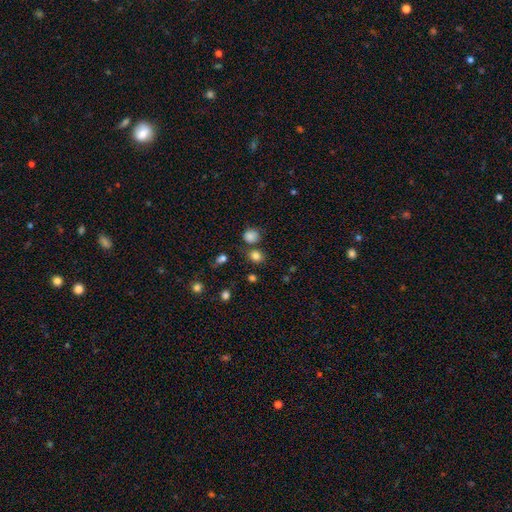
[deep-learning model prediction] smooth 81%, star or artifact 14%, featured or disk 5%. Down the decision tree: how rounded — round (71%); merging — none (72%).